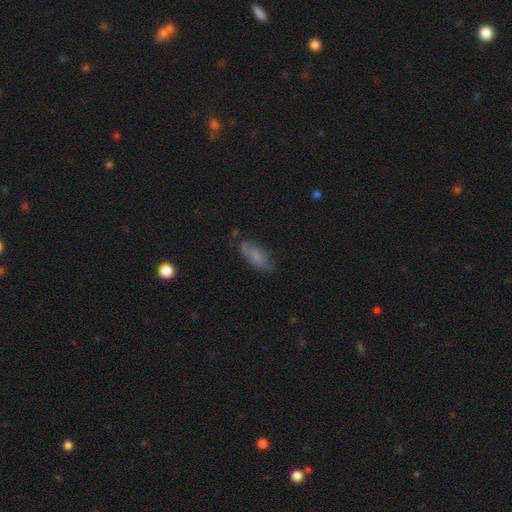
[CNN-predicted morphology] Q: Smooth or featured?
A: smooth (69%); runner-up: featured or disk (22%)
Q: How rounded?
A: in between (80%); runner-up: cigar-shaped (18%)
Q: Merging?
A: none (68%); runner-up: minor disturbance (24%)